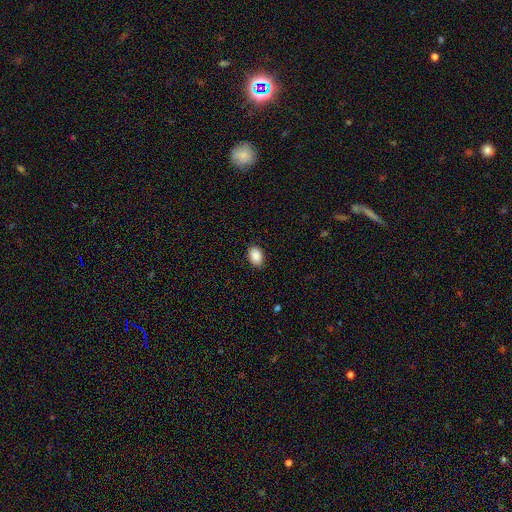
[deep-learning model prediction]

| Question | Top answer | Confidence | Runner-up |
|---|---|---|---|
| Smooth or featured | smooth | 90% | star or artifact (7%) |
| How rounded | in between | 85% | round (14%) |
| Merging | none | 89% | minor disturbance (8%) |